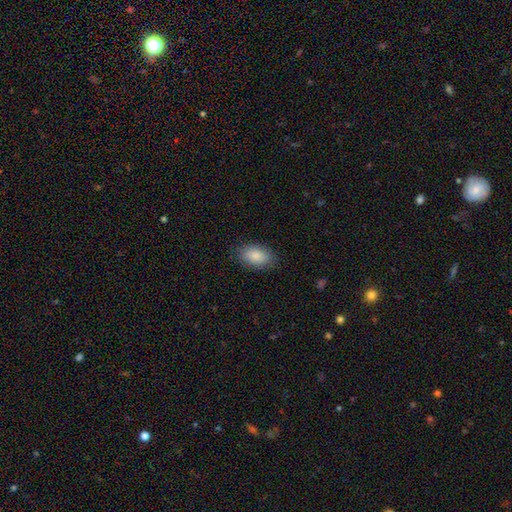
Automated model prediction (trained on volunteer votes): Smooth or featured? Predicted: smooth (p=0.87). How rounded? Predicted: in between (p=0.93). Merging? Predicted: none (p=0.86).